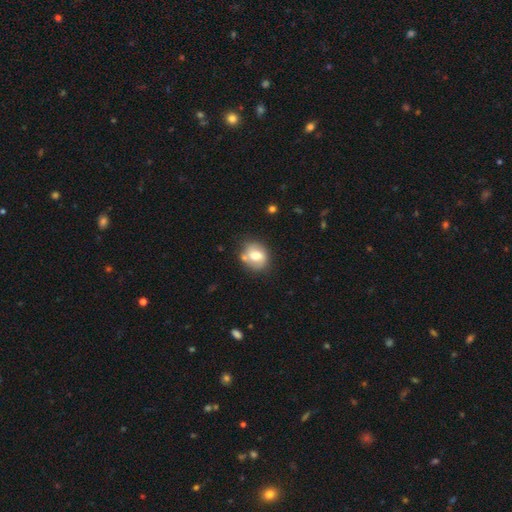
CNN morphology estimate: smooth 66%, featured or disk 26%, star or artifact 9%. Down the decision tree: how rounded — round (65%); merging — none (65%).